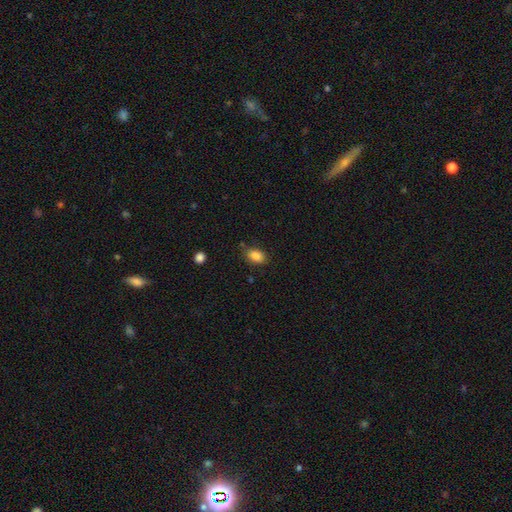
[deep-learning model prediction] This is clearly a smooth galaxy (87%). How rounded: clearly in between (85%). Merging: likely none (79%).